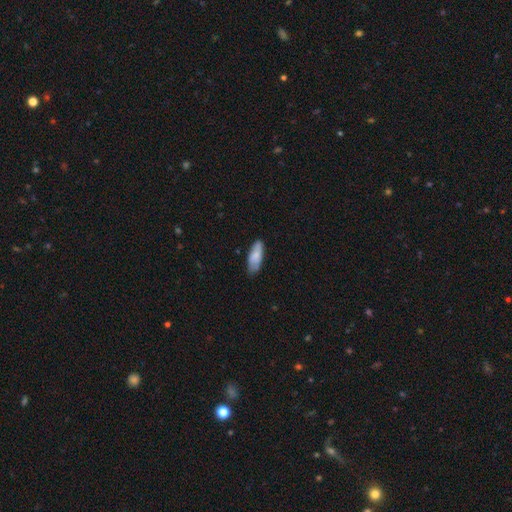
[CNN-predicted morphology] Smooth or featured?
  - smooth: 77% *
  - featured or disk: 17%
  - star or artifact: 6%
How rounded?
  - in between: 73% *
  - cigar-shaped: 25%
  - round: 2%
Merging?
  - none: 75% *
  - minor disturbance: 20%
  - major disturbance: 3%
  - merger: 1%